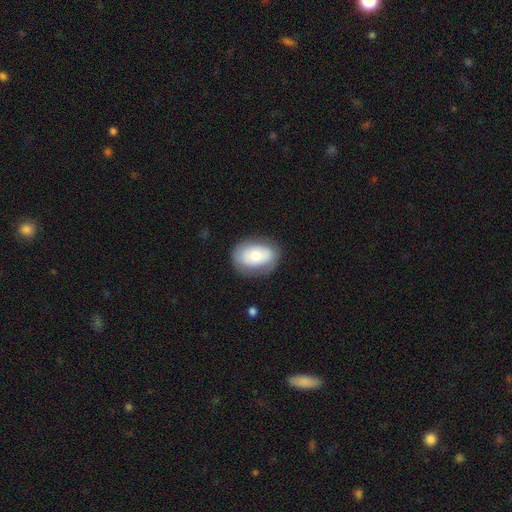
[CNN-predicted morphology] smooth_or_featured: smooth (p=0.64) [alt: featured or disk p=0.29]
how_rounded: in between (p=0.80) [alt: round p=0.19]
merging: none (p=0.77) [alt: minor disturbance p=0.16]